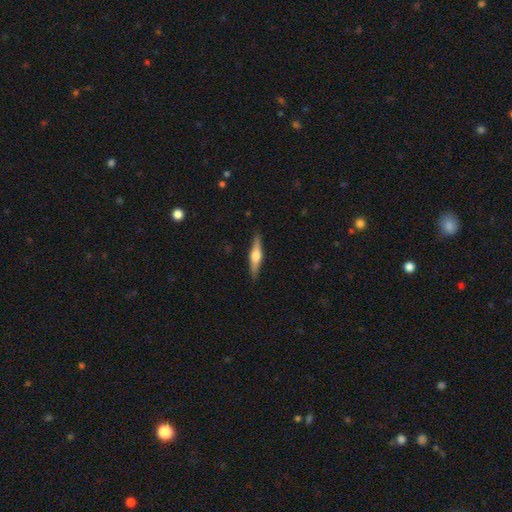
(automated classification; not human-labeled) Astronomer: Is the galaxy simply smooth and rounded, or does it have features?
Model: featured or disk — 65%.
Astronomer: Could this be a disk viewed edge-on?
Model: yes — 97%.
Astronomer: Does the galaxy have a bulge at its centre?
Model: rounded — 92%.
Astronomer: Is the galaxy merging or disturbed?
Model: none — 89%.